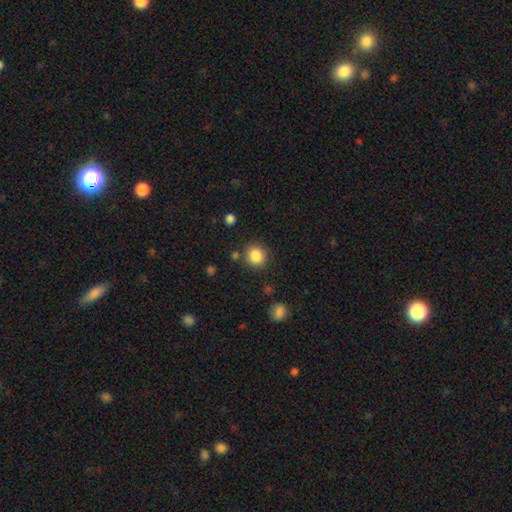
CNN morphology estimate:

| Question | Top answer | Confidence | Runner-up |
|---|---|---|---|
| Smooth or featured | smooth | 85% | star or artifact (10%) |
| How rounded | round | 87% | in between (12%) |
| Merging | none | 84% | minor disturbance (9%) |